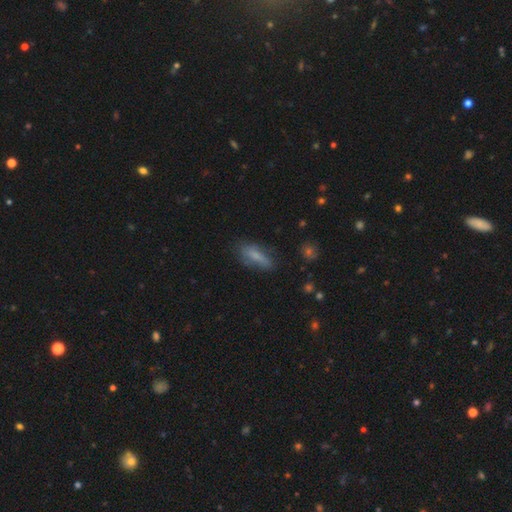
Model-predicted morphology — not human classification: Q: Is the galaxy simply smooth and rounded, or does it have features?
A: smooth — 72%.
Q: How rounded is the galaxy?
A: in between — 55%.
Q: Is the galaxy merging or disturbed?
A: none — 68%.